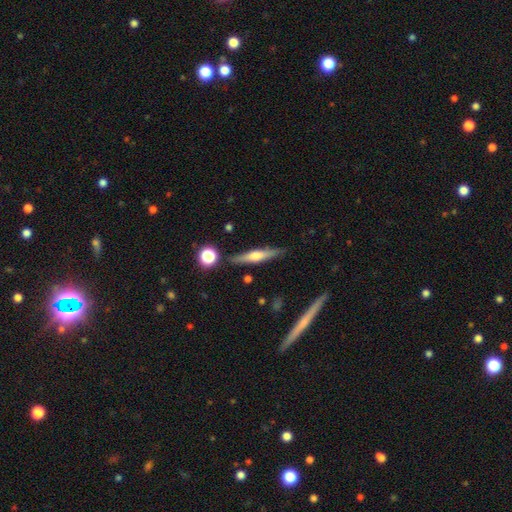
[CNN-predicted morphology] Q: Smooth or featured?
A: featured or disk (52%); runner-up: smooth (41%)
Q: Edge-on disk?
A: yes (95%); runner-up: no (5%)
Q: Merging?
A: none (85%); runner-up: minor disturbance (9%)